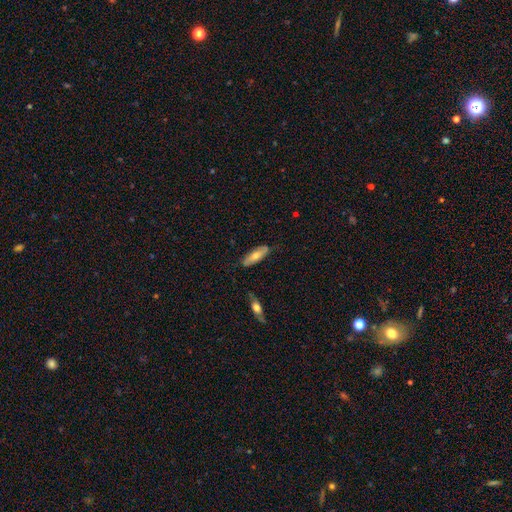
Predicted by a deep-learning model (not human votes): Morphology: type=smooth (63%); roundness=in between (52%); merging=none (80%).